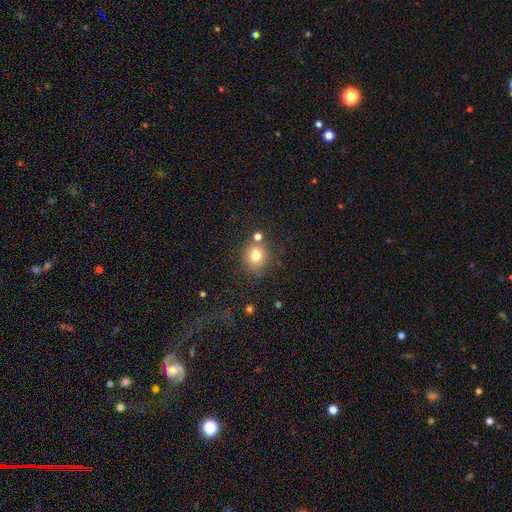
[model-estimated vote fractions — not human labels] smooth_or_featured: smooth (p=0.77) [alt: star or artifact p=0.13]
how_rounded: round (p=0.79) [alt: in between p=0.20]
merging: none (p=0.69) [alt: merger p=0.14]